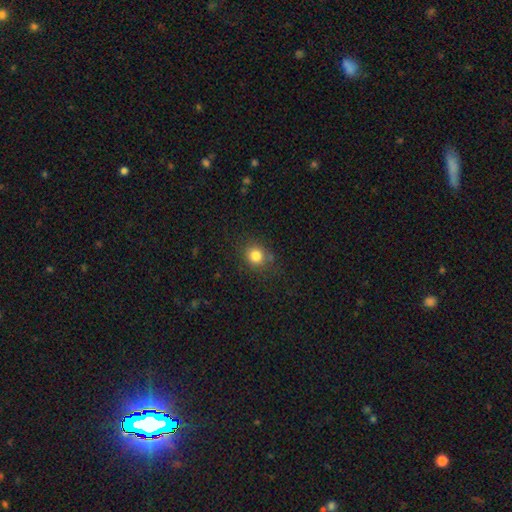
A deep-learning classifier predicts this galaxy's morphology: Overall: smooth (82%). How rounded: round (80%). Merging: none (80%).